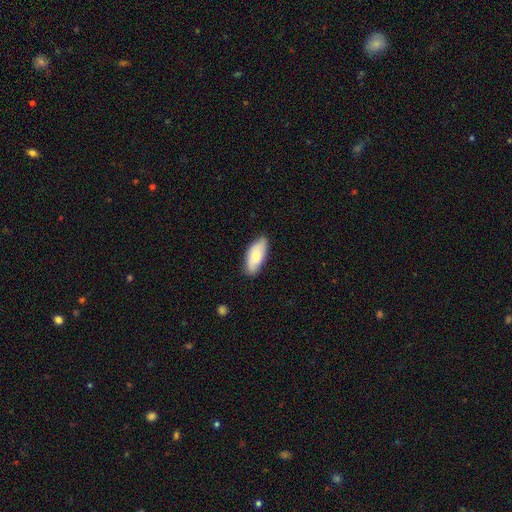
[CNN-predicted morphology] Overall: smooth (75%). How rounded: in between (88%). Merging: none (80%).